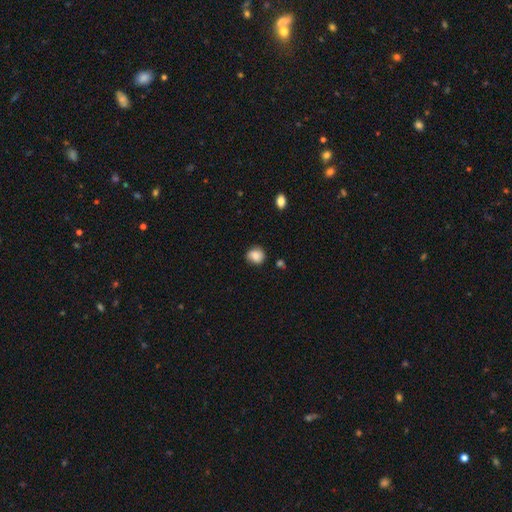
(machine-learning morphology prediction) A smooth galaxy with no disk features (80%) that is round (80%).

Vote fractions:
- Smooth or featured? smooth: 80% / featured or disk: 11% / star or artifact: 9%
- How rounded? round: 80% / in between: 19% / cigar-shaped: 1%
- Merging? none: 77% / minor disturbance: 17% / major disturbance: 4% / merger: 2%